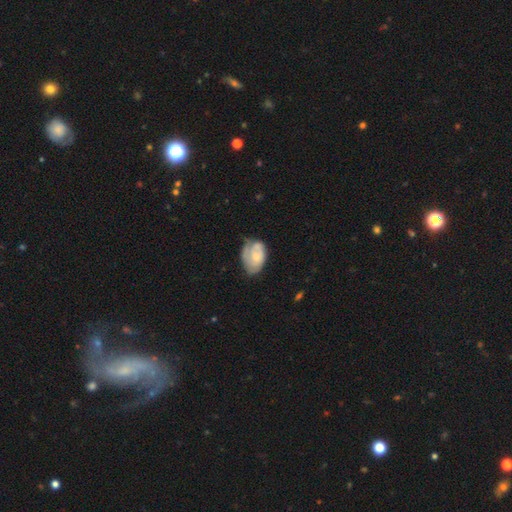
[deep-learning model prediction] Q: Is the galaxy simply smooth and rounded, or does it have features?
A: featured or disk — 47%, tied with smooth.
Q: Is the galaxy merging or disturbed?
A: none — 45%.